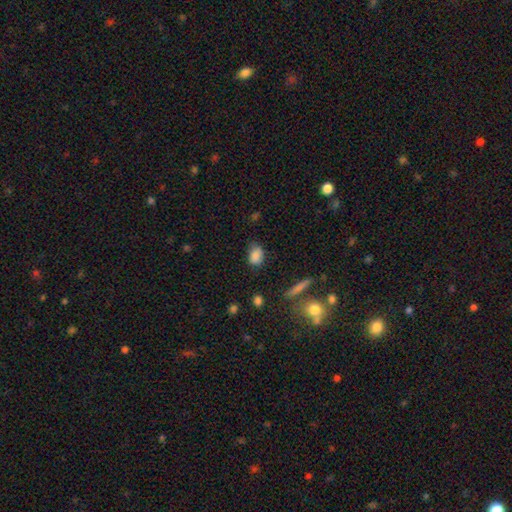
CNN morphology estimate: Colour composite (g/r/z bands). It shows a smooth galaxy with no disk features (85%) that is in between round and cigar-shaped (81%). Merging: none (67%).